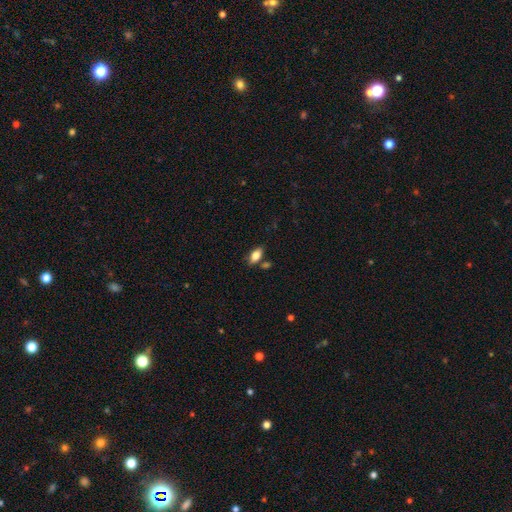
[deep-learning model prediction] smooth-or-featured: smooth: 81% | featured or disk: 11% | star or artifact: 8%
  how-rounded: in between: 90% | cigar-shaped: 6% | round: 4%
  merging: none: 75% | minor disturbance: 13% | merger: 9% | major disturbance: 3%